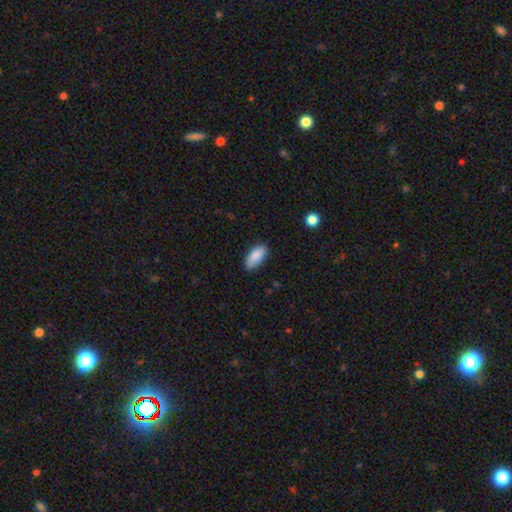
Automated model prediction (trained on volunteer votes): The model was most divided on "merging": none: 82%, minor disturbance: 15%, major disturbance: 2%, merger: 1%. More confident: how rounded — in between (89%); smooth or featured — smooth (87%).